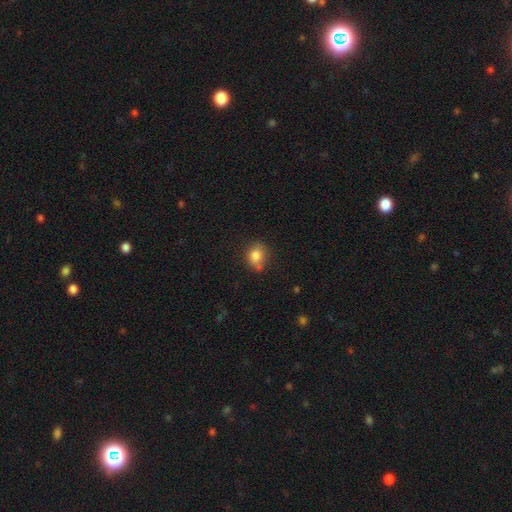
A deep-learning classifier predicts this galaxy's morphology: Overall: smooth (81%). How rounded: round (62%; in between 37%). Merging: none (64%).